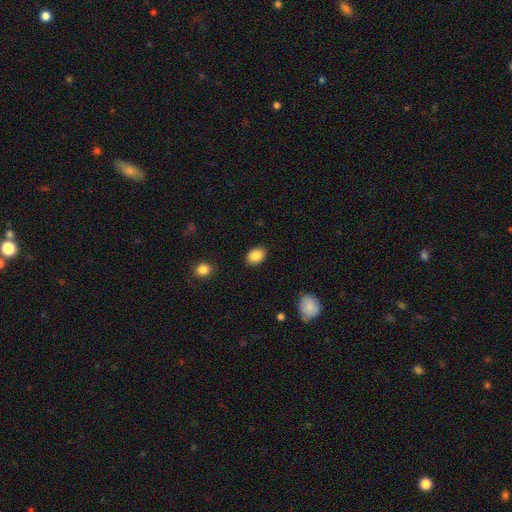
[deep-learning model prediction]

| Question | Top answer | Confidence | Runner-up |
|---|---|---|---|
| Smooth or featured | smooth | 87% | star or artifact (8%) |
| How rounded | in between | 71% | round (28%) |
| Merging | none | 88% | minor disturbance (9%) |